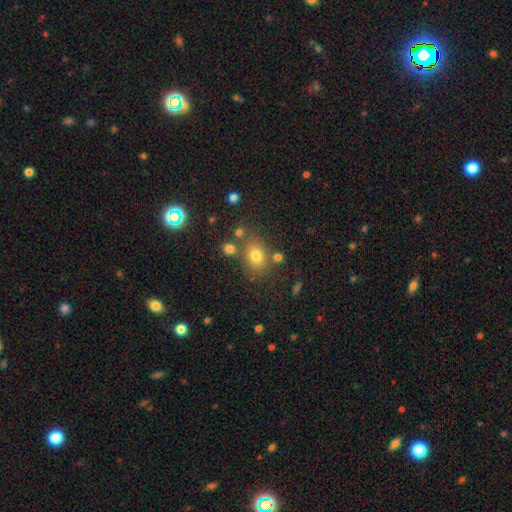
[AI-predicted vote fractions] Smooth or featured?
  - smooth: 72% *
  - star or artifact: 17%
  - featured or disk: 10%
How rounded?
  - round: 52% *
  - in between: 47%
  - cigar-shaped: 1%
Merging?
  - none: 72% *
  - minor disturbance: 13%
  - merger: 11%
  - major disturbance: 5%